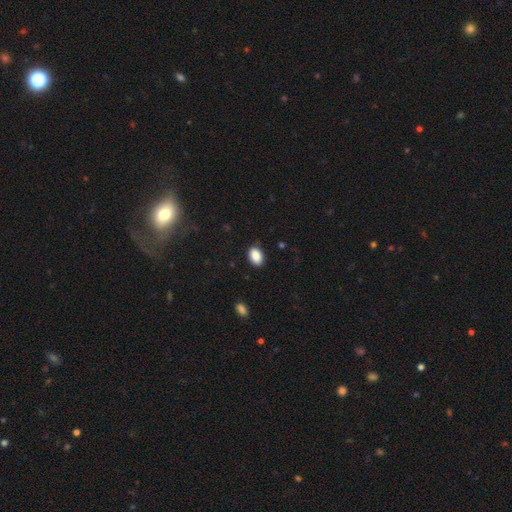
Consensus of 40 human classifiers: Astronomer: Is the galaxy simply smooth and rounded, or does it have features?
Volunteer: smooth — 92%.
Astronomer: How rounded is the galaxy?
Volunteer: in between — 95%.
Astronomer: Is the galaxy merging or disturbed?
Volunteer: none — 89%.